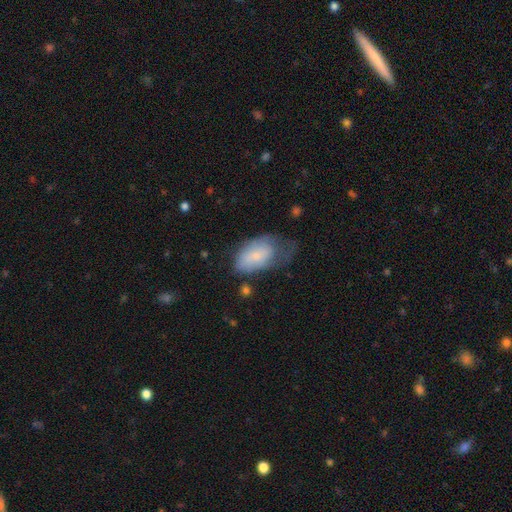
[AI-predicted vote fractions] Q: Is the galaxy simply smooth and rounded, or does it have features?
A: smooth — 68%.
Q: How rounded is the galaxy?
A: in between — 92%.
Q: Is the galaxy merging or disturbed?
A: minor disturbance — 37%.